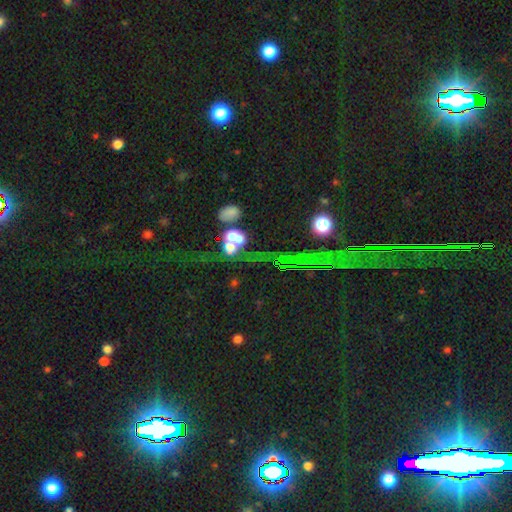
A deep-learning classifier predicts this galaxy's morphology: Smooth or featured?
  - star or artifact: 79% *
  - smooth: 13%
  - featured or disk: 8%